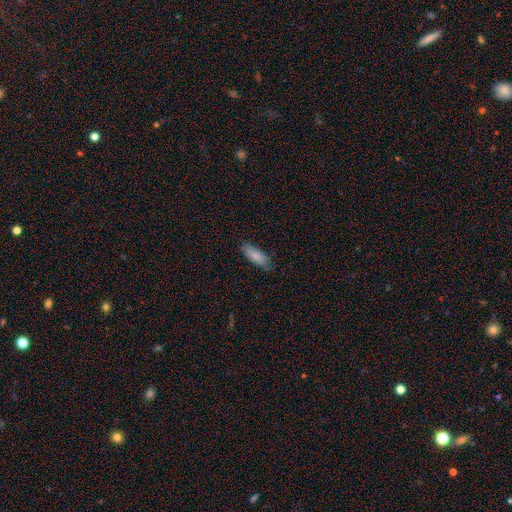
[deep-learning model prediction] A smooth galaxy with no disk features (84%) that is in between round and cigar-shaped (72%). Merging: none (76%).